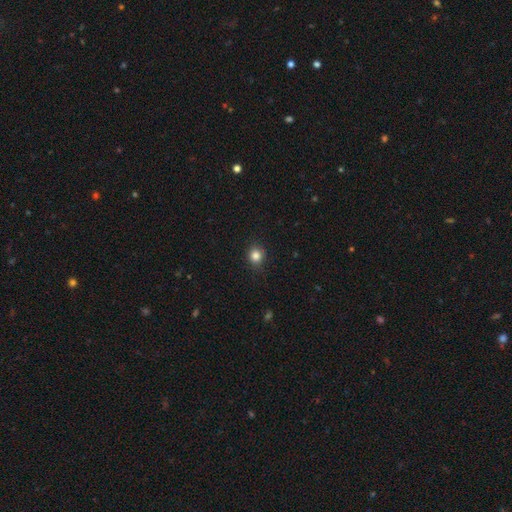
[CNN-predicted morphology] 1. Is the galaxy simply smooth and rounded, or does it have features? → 84% smooth, 12% star or artifact, 4% featured or disk.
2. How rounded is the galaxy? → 82% round, 17% in between, 1% cigar-shaped.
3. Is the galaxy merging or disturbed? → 88% none, 9% minor disturbance, 2% major disturbance, 1% merger.